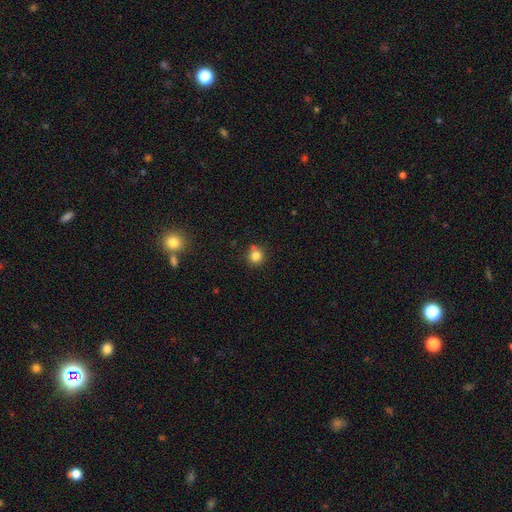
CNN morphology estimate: smooth_or_featured: smooth (p=0.82) [alt: star or artifact p=0.12]
how_rounded: round (p=0.92) [alt: in between p=0.07]
merging: none (p=0.76) [alt: minor disturbance p=0.13]